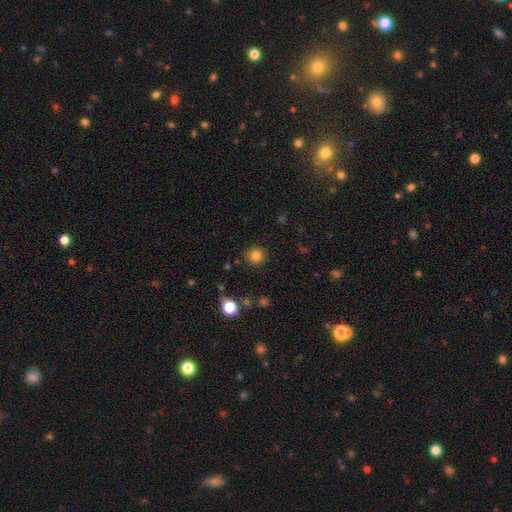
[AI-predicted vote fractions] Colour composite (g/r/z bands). It shows a smooth galaxy with no disk features (83%) that is round (93%). Merging: none (89%).